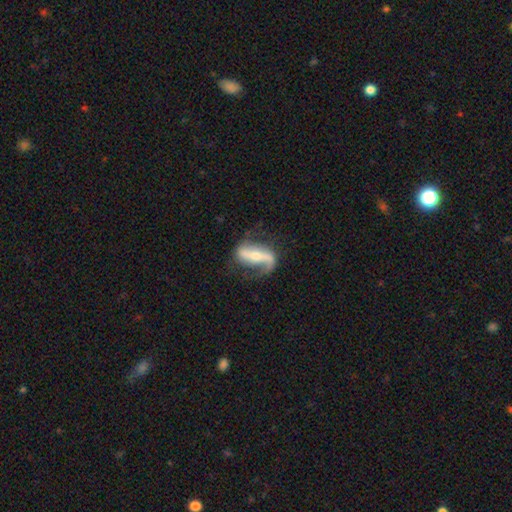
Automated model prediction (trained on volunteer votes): smooth_or_featured: featured or disk (p=0.82) [alt: smooth p=0.13]
disk_edge_on: no (p=0.90) [alt: yes p=0.10]
bar: strong (p=0.61) [alt: weak p=0.21]
has_spiral_arms: yes (p=0.91) [alt: no p=0.09]
spiral_winding: loose (p=0.63) [alt: medium p=0.27]
spiral_arm_count: 2 (p=0.76) [alt: 1 p=0.18]
bulge_size: small (p=0.48) [alt: moderate p=0.43]
merging: none (p=0.65) [alt: minor disturbance p=0.19]